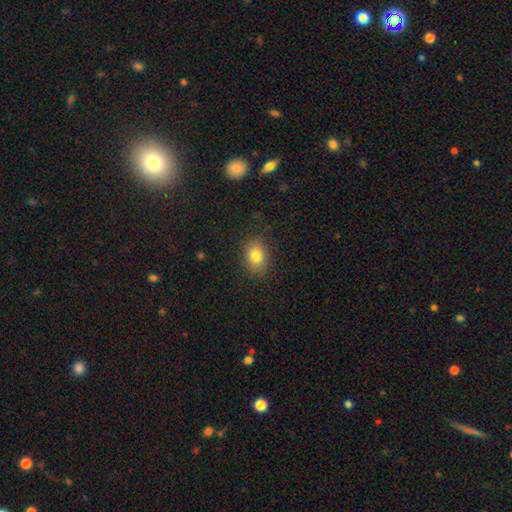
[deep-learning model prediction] smooth 83%, star or artifact 10%, featured or disk 8%. Down the decision tree: how rounded — in between (68%); merging — none (83%).